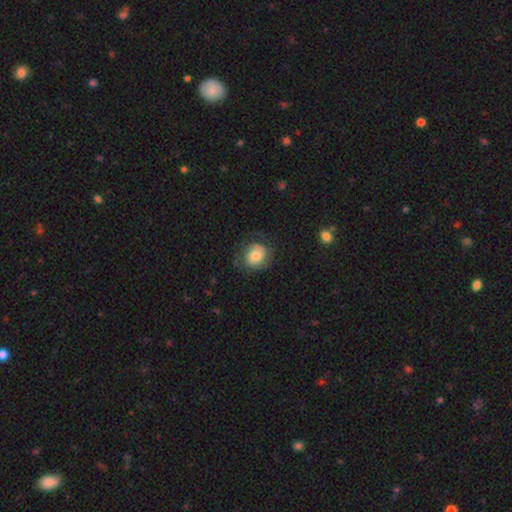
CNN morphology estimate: A smooth galaxy with no disk features (56%) that is round (65%).

Vote fractions:
- Smooth or featured? smooth: 56% / featured or disk: 37% / star or artifact: 8%
- How rounded? round: 65% / in between: 34% / cigar-shaped: 1%
- Merging? none: 64% / minor disturbance: 21% / major disturbance: 13% / merger: 1%